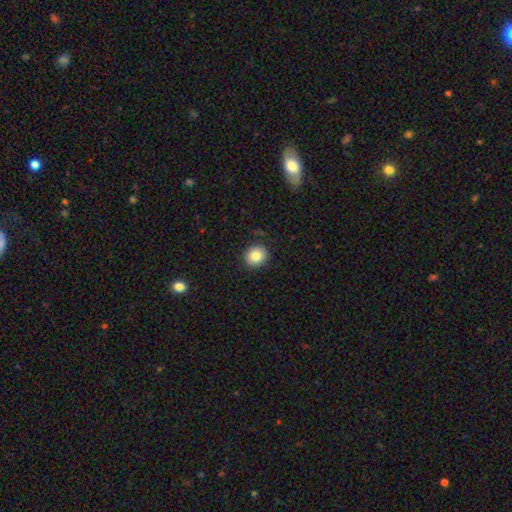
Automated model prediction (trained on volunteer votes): Morphology: type=smooth (85%); roundness=round (83%); merging=none (89%).